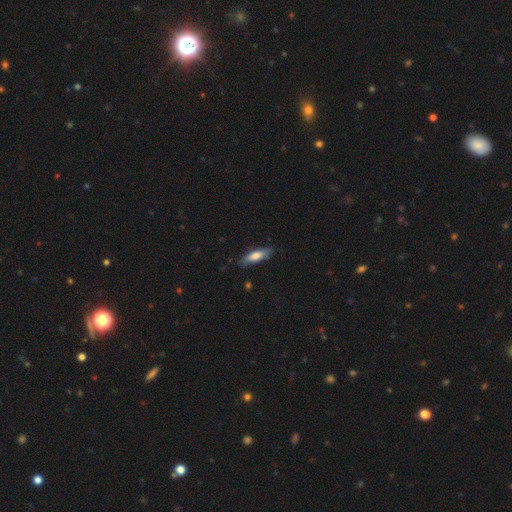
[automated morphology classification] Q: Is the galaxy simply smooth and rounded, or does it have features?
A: smooth — 70%.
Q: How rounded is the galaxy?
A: cigar-shaped — 57%.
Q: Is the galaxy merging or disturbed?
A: none — 81%.